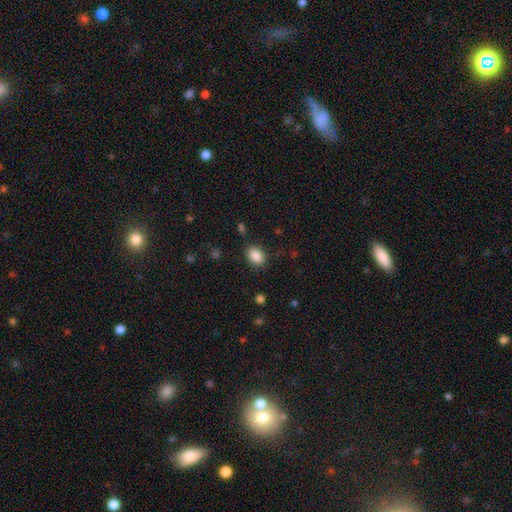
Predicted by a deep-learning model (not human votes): Smooth or featured? Predicted: smooth (p=0.88). How rounded? Predicted: in between (p=0.77). Merging? Predicted: none (p=0.85).